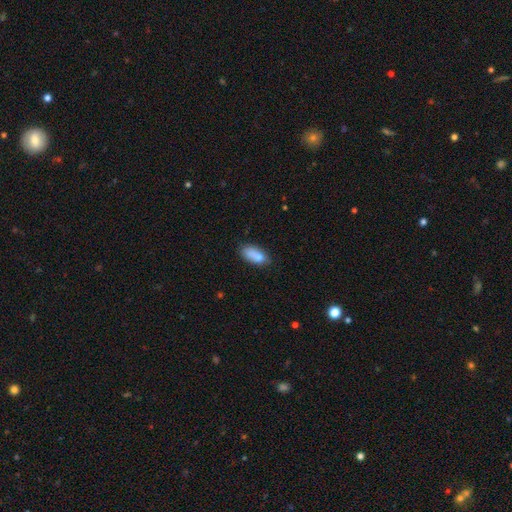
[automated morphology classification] smooth 82%, featured or disk 10%, star or artifact 8%. Down the decision tree: how rounded — in between (86%); merging — none (63%).